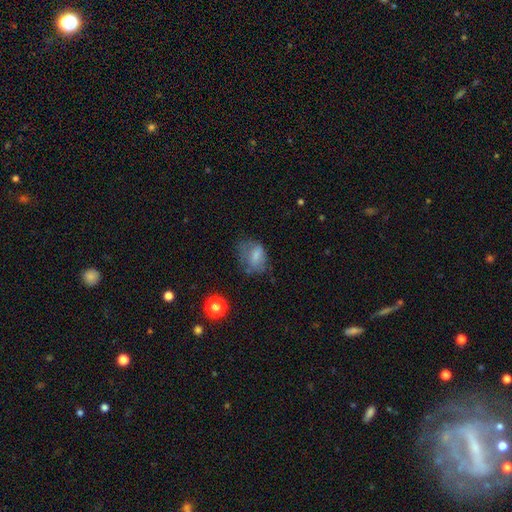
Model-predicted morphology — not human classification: Smooth or featured?
  - smooth: 68% *
  - featured or disk: 21%
  - star or artifact: 12%
How rounded?
  - in between: 71% *
  - round: 27%
  - cigar-shaped: 2%
Merging?
  - none: 41% *
  - minor disturbance: 30%
  - major disturbance: 26%
  - merger: 3%